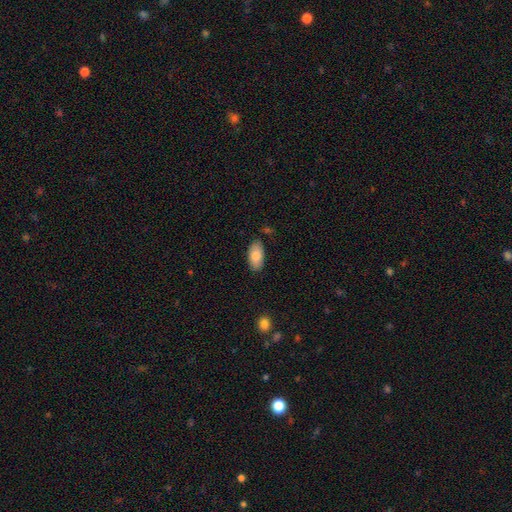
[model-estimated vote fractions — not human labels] The model was most divided on "smooth or featured": smooth: 81%, featured or disk: 13%, star or artifact: 6%. More confident: how rounded — in between (94%); merging — none (84%).